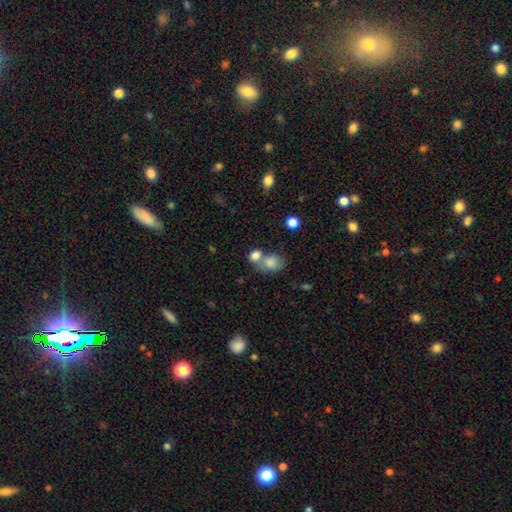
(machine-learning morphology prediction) This appears to be a smooth galaxy with no disk features (81%) that is in between round and cigar-shaped (55%). Merging: merger (54%).